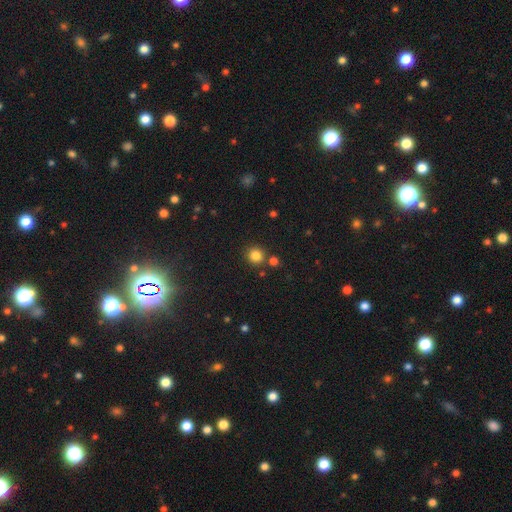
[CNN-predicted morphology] Smooth or featured?
  - smooth: 83% *
  - star or artifact: 13%
  - featured or disk: 4%
How rounded?
  - round: 91% *
  - in between: 8%
  - cigar-shaped: 1%
Merging?
  - none: 82% *
  - merger: 9%
  - minor disturbance: 7%
  - major disturbance: 2%